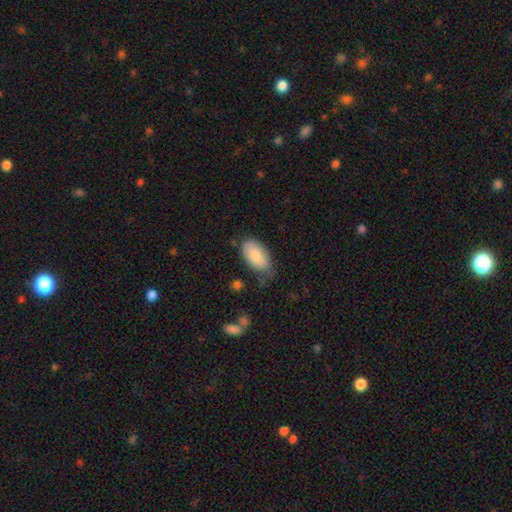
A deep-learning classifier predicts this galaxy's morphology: This appears to be a smooth galaxy with no disk features (82%) that is in between round and cigar-shaped (95%). Merging: none (63%).